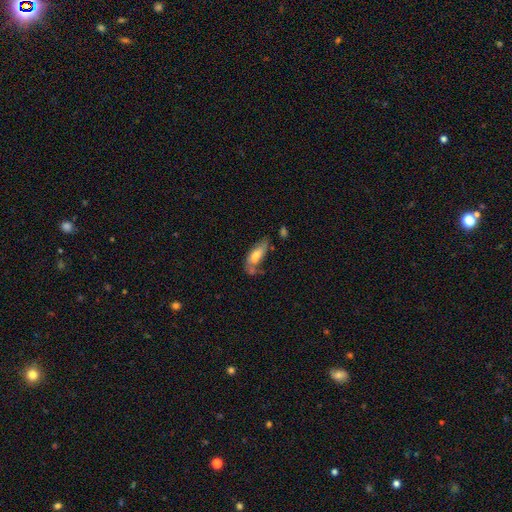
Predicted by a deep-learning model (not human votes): Smooth or featured? Predicted: smooth (p=0.64). How rounded? Predicted: in between (p=0.70). Merging? Predicted: none (p=0.40).